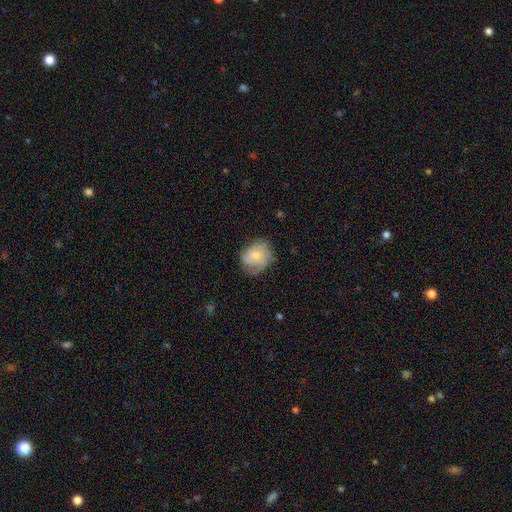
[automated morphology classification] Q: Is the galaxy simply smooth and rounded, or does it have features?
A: smooth — 51%.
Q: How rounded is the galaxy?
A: round — 56%.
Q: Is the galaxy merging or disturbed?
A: none — 55%.